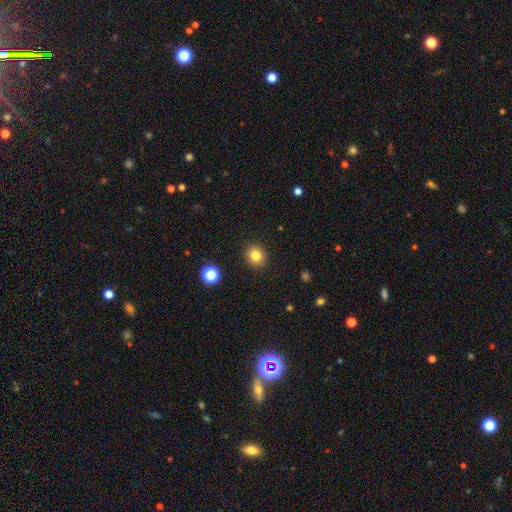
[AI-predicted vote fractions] This is clearly a smooth galaxy (82%). How rounded: clearly round (86%). Merging: clearly none (91%).